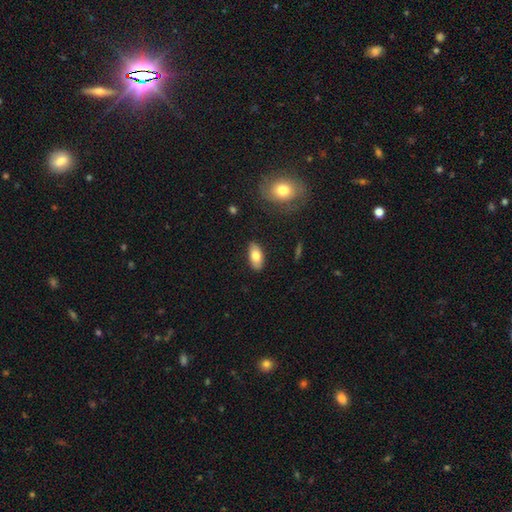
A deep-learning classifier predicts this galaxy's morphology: A smooth galaxy with no disk features (78%) that is in between round and cigar-shaped (91%).

Vote fractions:
- Smooth or featured? smooth: 78% / featured or disk: 15% / star or artifact: 7%
- How rounded? in between: 91% / cigar-shaped: 6% / round: 3%
- Merging? none: 85% / minor disturbance: 11% / major disturbance: 2% / merger: 1%